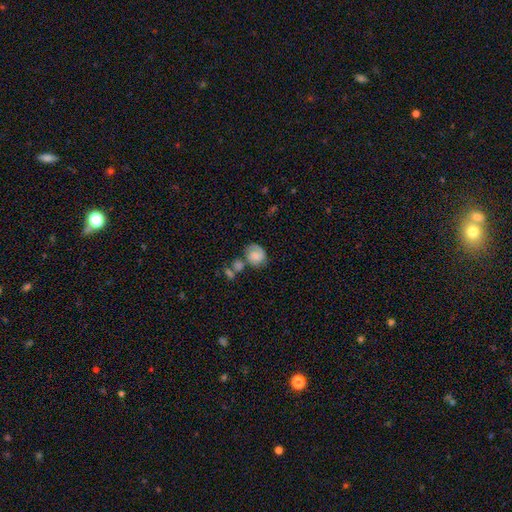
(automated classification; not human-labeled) This appears to be a smooth galaxy with no disk features (49%). Merging: none (46%).